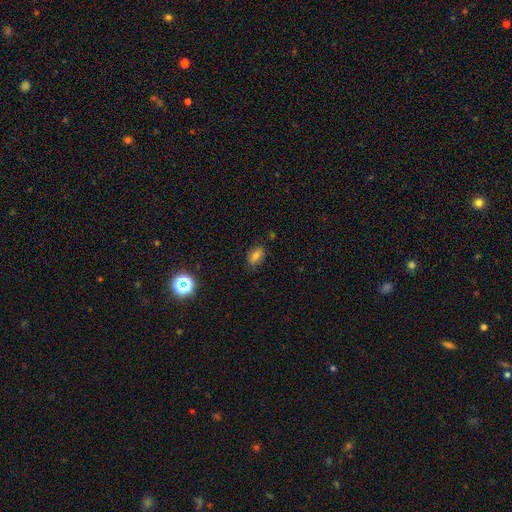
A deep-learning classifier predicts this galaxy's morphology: smooth_or_featured: smooth (p=0.71) [alt: star or artifact p=0.16]
how_rounded: in between (p=0.84) [alt: round p=0.10]
merging: none (p=0.80) [alt: minor disturbance p=0.15]